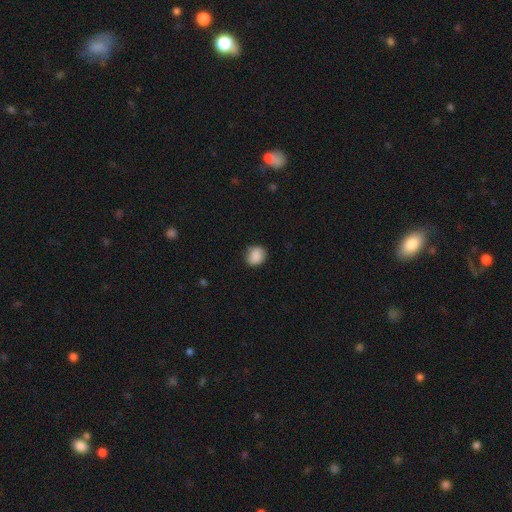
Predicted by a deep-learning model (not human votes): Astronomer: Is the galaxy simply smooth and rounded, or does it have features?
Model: smooth — 88%.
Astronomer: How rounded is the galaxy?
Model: round — 62%.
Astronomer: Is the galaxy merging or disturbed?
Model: none — 79%.